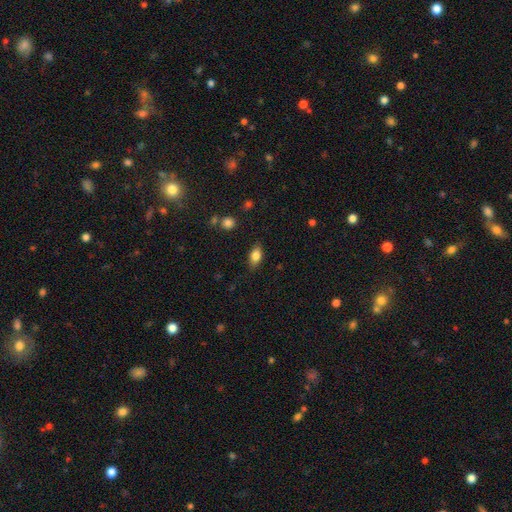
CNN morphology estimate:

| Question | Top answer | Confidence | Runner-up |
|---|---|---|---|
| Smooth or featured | smooth | 81% | featured or disk (11%) |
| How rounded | in between | 86% | round (8%) |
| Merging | none | 83% | minor disturbance (13%) |